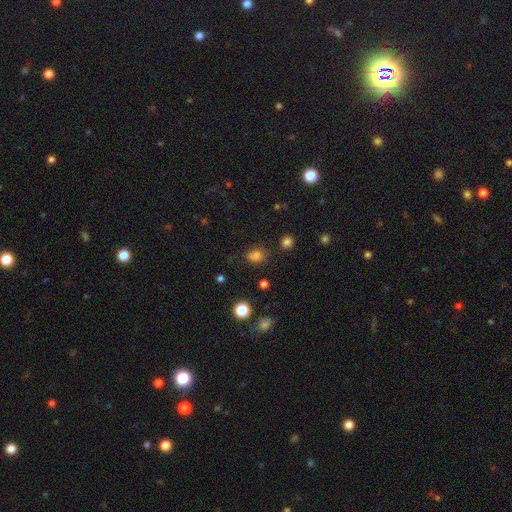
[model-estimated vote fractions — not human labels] Q: Smooth or featured?
A: smooth (76%); runner-up: star or artifact (19%)
Q: How rounded?
A: round (50%); runner-up: in between (48%)
Q: Merging?
A: none (70%); runner-up: minor disturbance (19%)